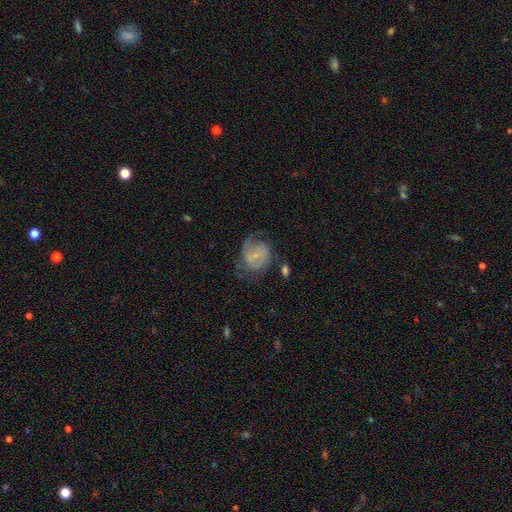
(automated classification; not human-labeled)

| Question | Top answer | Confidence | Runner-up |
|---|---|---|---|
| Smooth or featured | featured or disk | 57% | smooth (35%) |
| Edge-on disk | no | 98% | yes (2%) |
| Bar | no | 56% | weak (36%) |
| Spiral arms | yes | 74% | no (26%) |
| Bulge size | small | 63% | none (18%) |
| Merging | none | 43% | major disturbance (28%) |